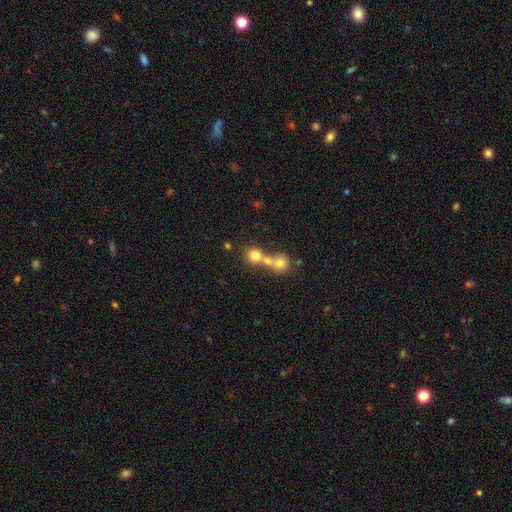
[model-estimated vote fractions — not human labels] This appears to be a smooth galaxy with no disk features (74%) that is round (85%). Merging: merger (54%).